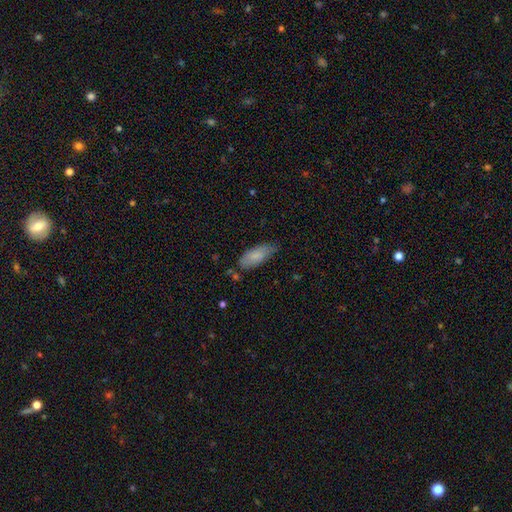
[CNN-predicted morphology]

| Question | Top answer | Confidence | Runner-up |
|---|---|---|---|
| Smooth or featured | smooth | 82% | featured or disk (12%) |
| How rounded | in between | 81% | cigar-shaped (17%) |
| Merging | none | 64% | minor disturbance (28%) |